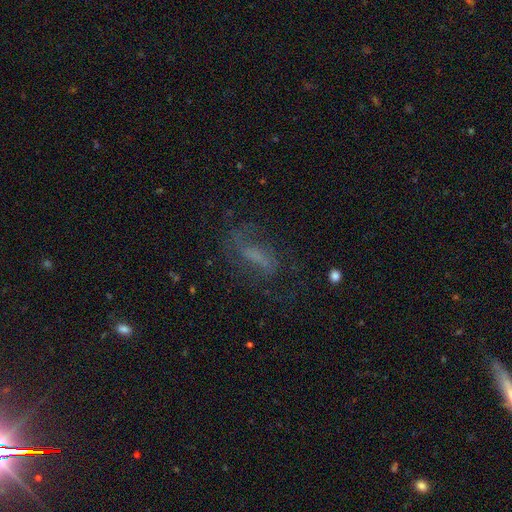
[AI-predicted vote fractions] This is possibly a featured or disk galaxy (48%). Merging: possibly none (57%).